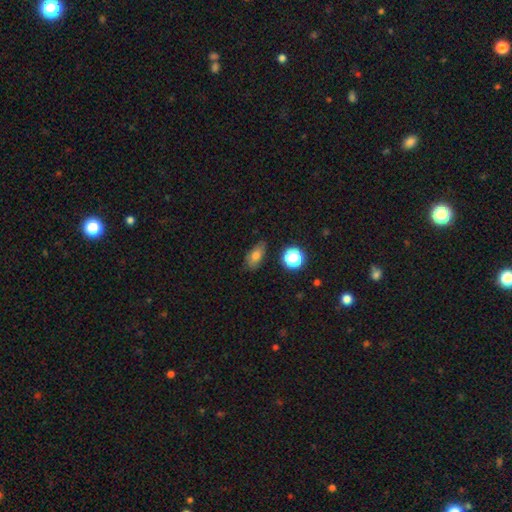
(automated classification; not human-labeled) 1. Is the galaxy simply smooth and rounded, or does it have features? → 75% smooth, 13% star or artifact, 12% featured or disk.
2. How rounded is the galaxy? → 80% in between, 13% round, 7% cigar-shaped.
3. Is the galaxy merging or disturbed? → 72% none, 21% minor disturbance, 5% major disturbance, 3% merger.